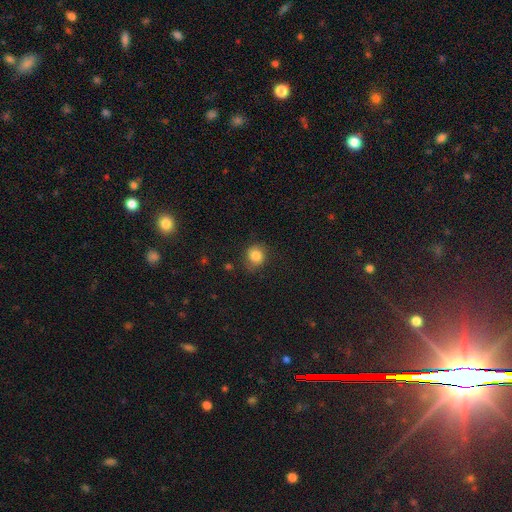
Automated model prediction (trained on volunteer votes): smooth-or-featured: smooth: 82% | star or artifact: 10% | featured or disk: 7%
  how-rounded: round: 75% | in between: 24% | cigar-shaped: 1%
  merging: none: 75% | minor disturbance: 18% | major disturbance: 5% | merger: 2%